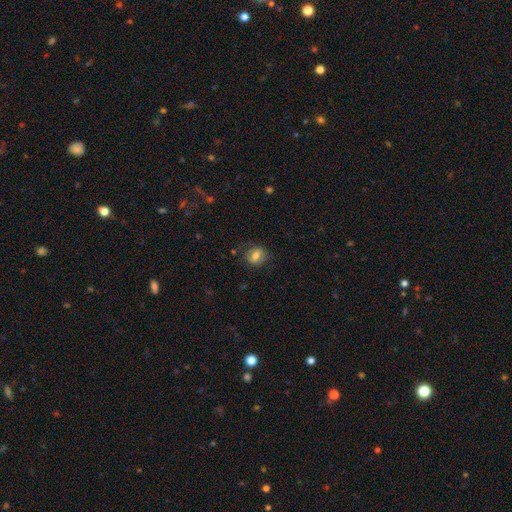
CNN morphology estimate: smooth_or_featured: smooth (p=0.69) [alt: featured or disk p=0.21]
how_rounded: round (p=0.58) [alt: in between p=0.40]
merging: none (p=0.75) [alt: minor disturbance p=0.17]